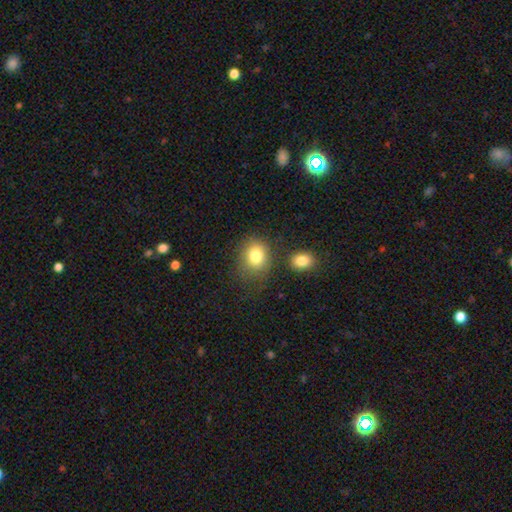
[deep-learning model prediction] smooth 81%, star or artifact 10%, featured or disk 9%. Down the decision tree: how rounded — round (61%); merging — none (70%).